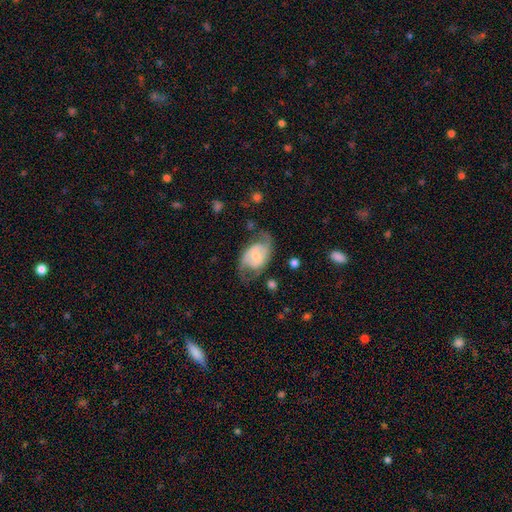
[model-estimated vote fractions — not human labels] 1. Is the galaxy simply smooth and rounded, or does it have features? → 70% featured or disk, 24% smooth, 6% star or artifact.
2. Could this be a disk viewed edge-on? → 96% no, 4% yes.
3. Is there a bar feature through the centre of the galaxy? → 48% no, 40% weak, 12% strong.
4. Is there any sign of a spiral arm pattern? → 86% yes, 14% no.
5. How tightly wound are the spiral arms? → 47% medium, 31% loose, 21% tight.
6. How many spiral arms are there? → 84% 2, 10% can't tell, 3% 1, 2% 3, 1% 4, 1% more than 4.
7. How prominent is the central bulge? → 51% small, 37% moderate, 6% large, 5% none, 2% dominant.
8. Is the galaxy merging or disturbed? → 55% none, 23% minor disturbance, 19% major disturbance, 3% merger.